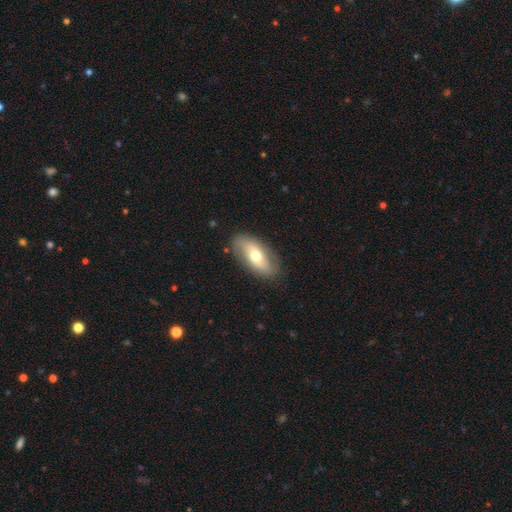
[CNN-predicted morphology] smooth_or_featured: smooth (p=0.51) [alt: featured or disk p=0.43]
how_rounded: in between (p=0.87) [alt: cigar-shaped p=0.09]
merging: none (p=0.83) [alt: minor disturbance p=0.13]